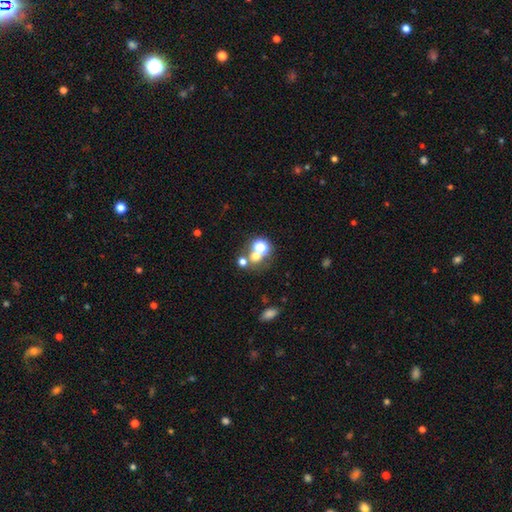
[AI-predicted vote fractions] smooth 57%, star or artifact 28%, featured or disk 16%. Down the decision tree: how rounded — round (78%); merging — none (47%).